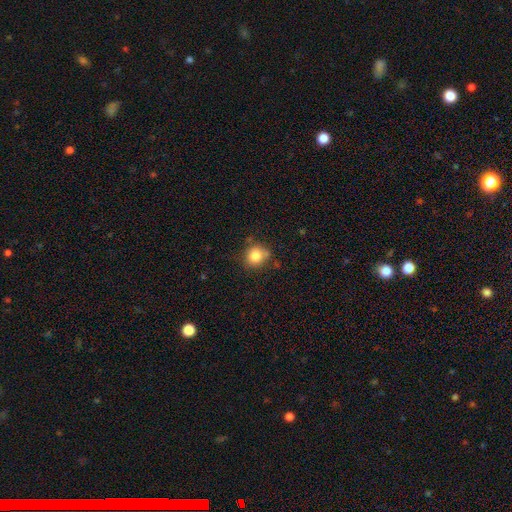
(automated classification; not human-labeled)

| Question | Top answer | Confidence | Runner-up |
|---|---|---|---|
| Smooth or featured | smooth | 83% | star or artifact (10%) |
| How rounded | round | 78% | in between (21%) |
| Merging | none | 72% | minor disturbance (19%) |